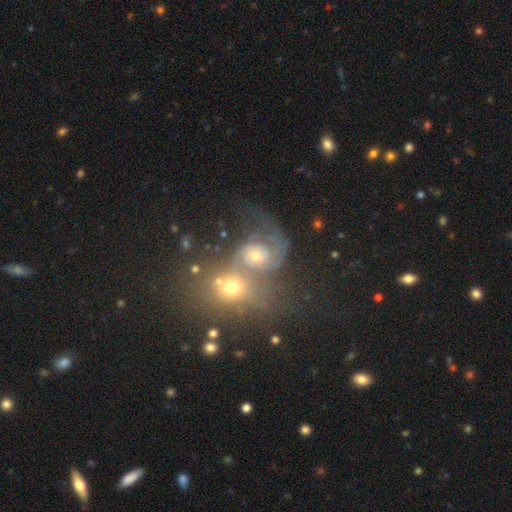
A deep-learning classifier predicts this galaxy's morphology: featured or disk 66%, smooth 22%, star or artifact 12%. Down the decision tree: edge-on disk — no (97%); bar — no (70%); spiral arms — yes (88%); spiral arm count — 2 (63%); spiral winding — medium (45%); bulge size — moderate (47%); merging — merger (65%).